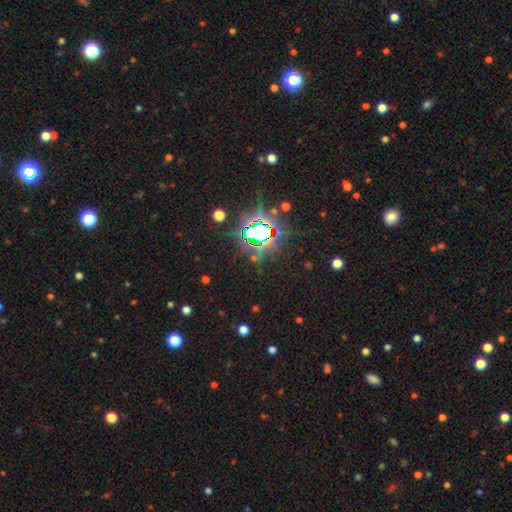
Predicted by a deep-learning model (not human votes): smooth_or_featured: star or artifact (p=0.83) [alt: smooth p=0.10]